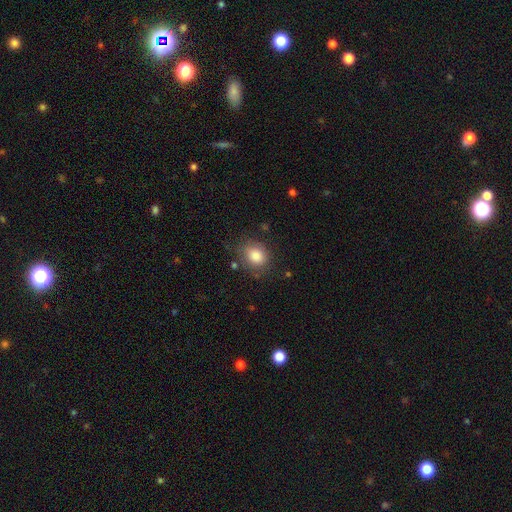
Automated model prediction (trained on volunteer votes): Smooth or featured? Predicted: smooth (p=0.84). How rounded? Predicted: round (p=0.63). Merging? Predicted: none (p=0.73).